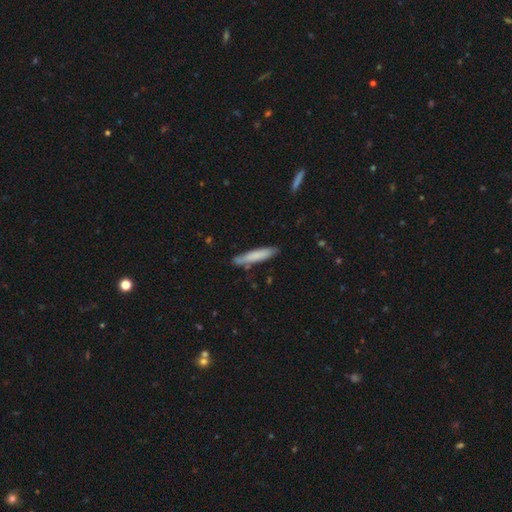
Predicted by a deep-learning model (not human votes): smooth-or-featured: smooth: 76% | featured or disk: 19% | star or artifact: 6%
  how-rounded: cigar-shaped: 89% | in between: 10% | round: 1%
  merging: none: 82% | minor disturbance: 13% | merger: 2% | major disturbance: 2%